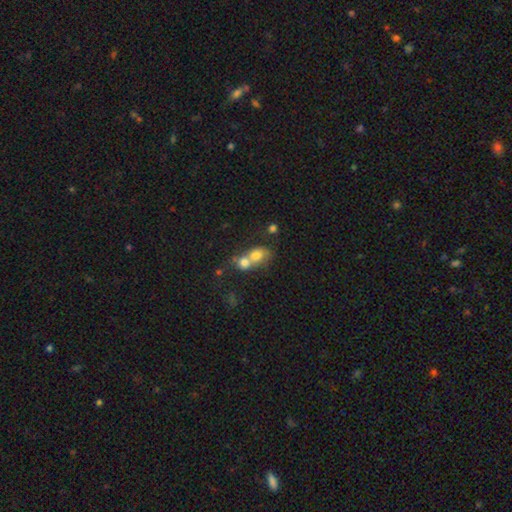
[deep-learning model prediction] Smooth or featured? Predicted: smooth (p=0.69). How rounded? Predicted: in between (p=0.49, tied with round). Merging? Predicted: merger (p=0.73).